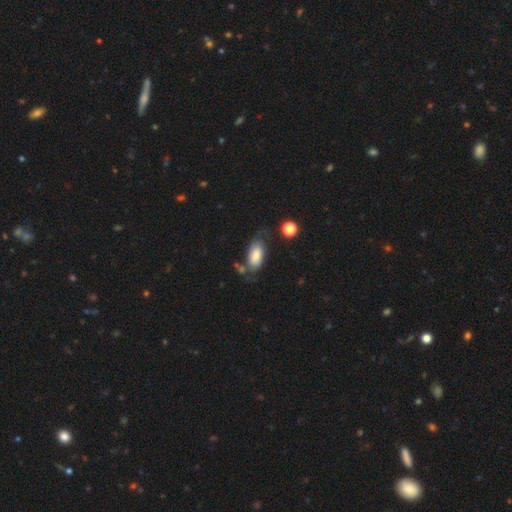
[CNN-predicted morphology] A smooth galaxy with no disk features (74%) that is in between round and cigar-shaped (91%).

Vote fractions:
- Smooth or featured? smooth: 74% / featured or disk: 20% / star or artifact: 7%
- How rounded? in between: 91% / cigar-shaped: 6% / round: 3%
- Merging? none: 50% / minor disturbance: 26% / major disturbance: 14% / merger: 9%